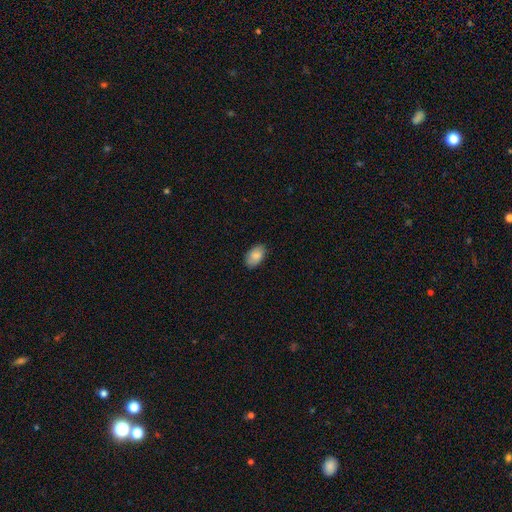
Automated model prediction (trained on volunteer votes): smooth_or_featured: smooth (p=0.84) [alt: featured or disk p=0.09]
how_rounded: in between (p=0.93) [alt: round p=0.05]
merging: none (p=0.84) [alt: minor disturbance p=0.13]